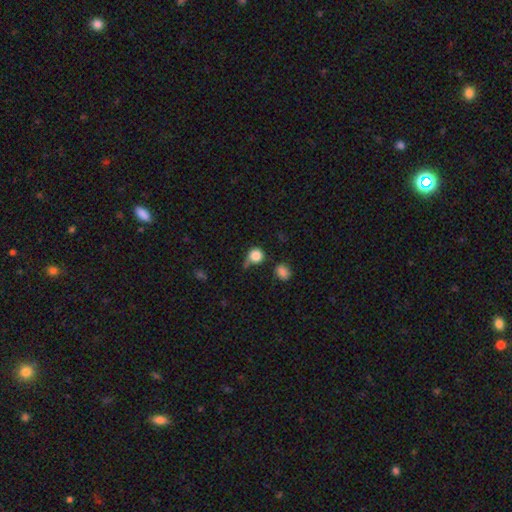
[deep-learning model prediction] A smooth galaxy with no disk features (82%) that is round (88%).

Vote fractions:
- Smooth or featured? smooth: 82% / star or artifact: 9% / featured or disk: 8%
- How rounded? round: 88% / in between: 11% / cigar-shaped: 1%
- Merging? none: 47% / minor disturbance: 26% / major disturbance: 17% / merger: 10%